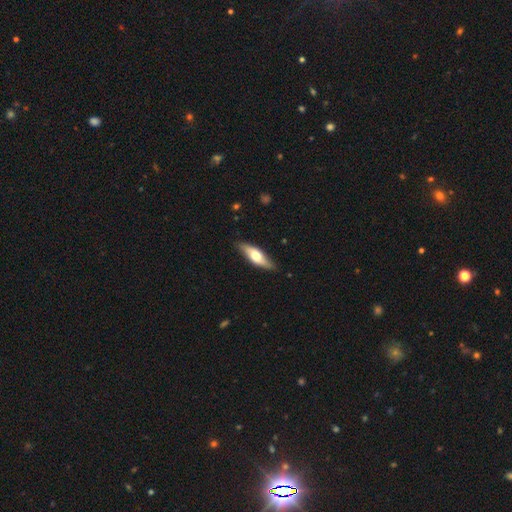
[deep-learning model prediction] smooth 50%, featured or disk 45%, star or artifact 5%. Down the decision tree: merging — none (83%).